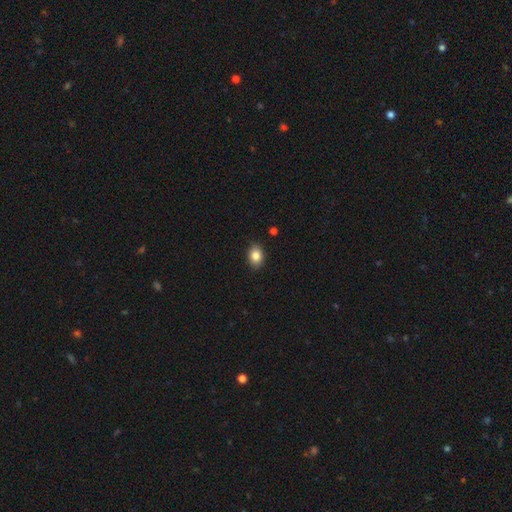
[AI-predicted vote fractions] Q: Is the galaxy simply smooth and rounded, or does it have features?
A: smooth — 84%.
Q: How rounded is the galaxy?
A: in between — 77%.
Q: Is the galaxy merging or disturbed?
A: none — 88%.